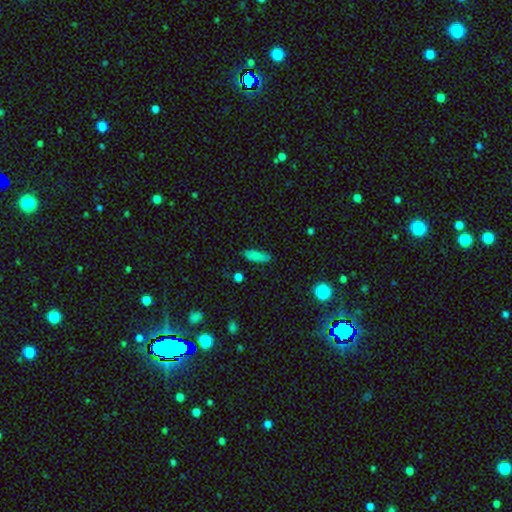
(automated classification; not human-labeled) Smooth or featured?
  - smooth: 81% *
  - featured or disk: 10%
  - star or artifact: 9%
How rounded?
  - in between: 65% *
  - cigar-shaped: 32%
  - round: 3%
Merging?
  - none: 82% *
  - minor disturbance: 13%
  - major disturbance: 3%
  - merger: 2%